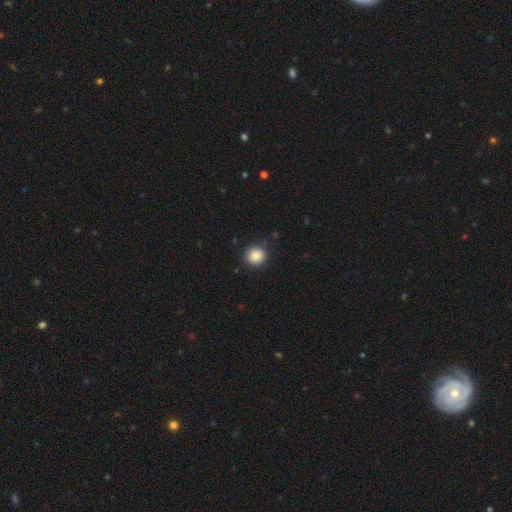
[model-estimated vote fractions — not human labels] A smooth galaxy with no disk features (87%) that is round (90%).

Vote fractions:
- Smooth or featured? smooth: 87% / star or artifact: 9% / featured or disk: 4%
- How rounded? round: 90% / in between: 9% / cigar-shaped: 1%
- Merging? none: 89% / minor disturbance: 8% / major disturbance: 2% / merger: 1%